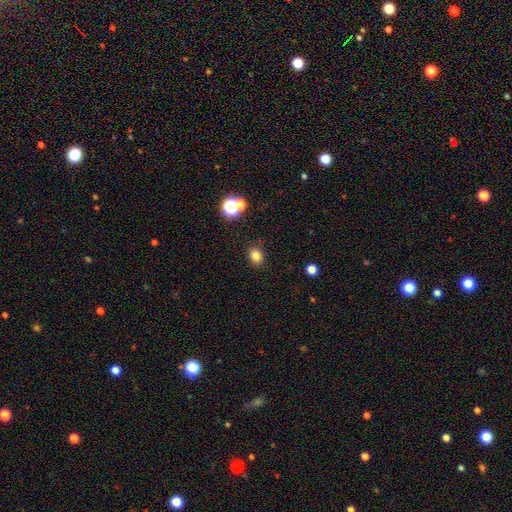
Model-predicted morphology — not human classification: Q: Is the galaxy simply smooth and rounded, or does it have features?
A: smooth — 80%.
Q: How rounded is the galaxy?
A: round — 54%.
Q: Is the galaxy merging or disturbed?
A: none — 86%.